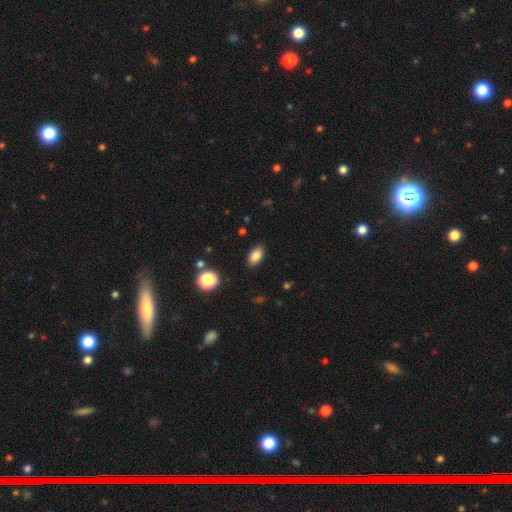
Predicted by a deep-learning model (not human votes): A smooth galaxy with no disk features (85%) that is in between round and cigar-shaped (90%). Merging: none (88%).